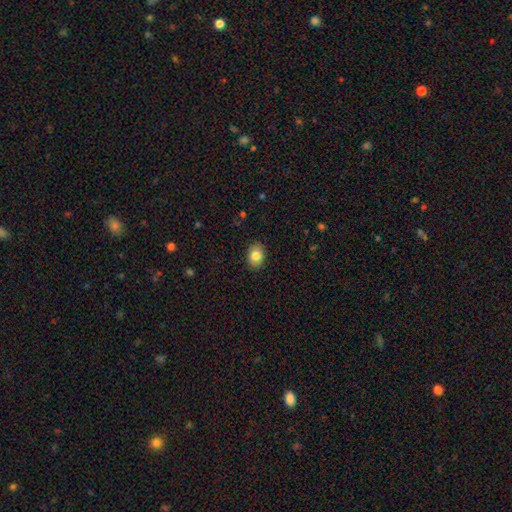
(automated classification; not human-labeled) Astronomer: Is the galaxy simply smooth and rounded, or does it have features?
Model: smooth — 83%.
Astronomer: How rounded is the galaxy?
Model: in between — 67%.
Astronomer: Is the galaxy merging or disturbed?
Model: none — 89%.